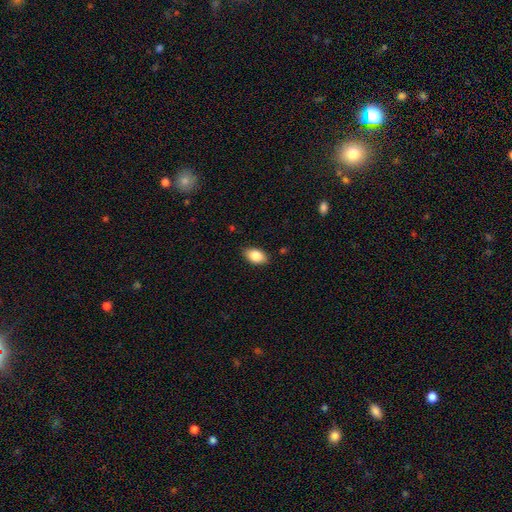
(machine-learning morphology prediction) smooth-or-featured: smooth: 85% | featured or disk: 8% | star or artifact: 7%
  how-rounded: in between: 89% | round: 9% | cigar-shaped: 2%
  merging: none: 85% | minor disturbance: 11% | major disturbance: 2% | merger: 1%